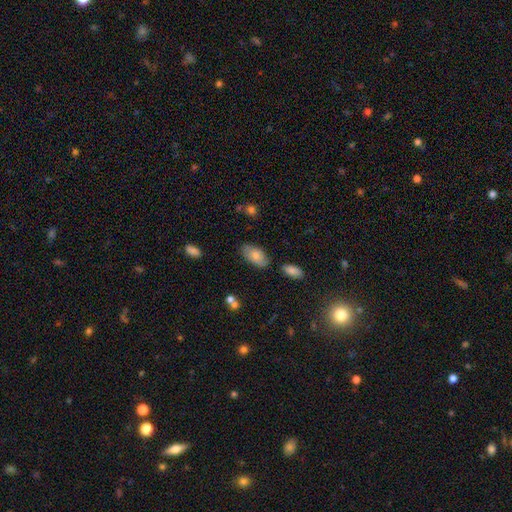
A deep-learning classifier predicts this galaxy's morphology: A smooth galaxy with no disk features (76%) that is in between round and cigar-shaped (94%). Merging: none (73%).